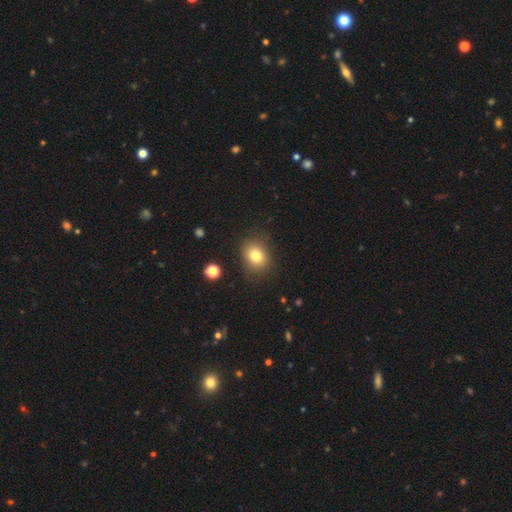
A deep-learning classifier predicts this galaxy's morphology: smooth 79%, star or artifact 12%, featured or disk 9%. Down the decision tree: how rounded — round (58%); merging — none (82%).